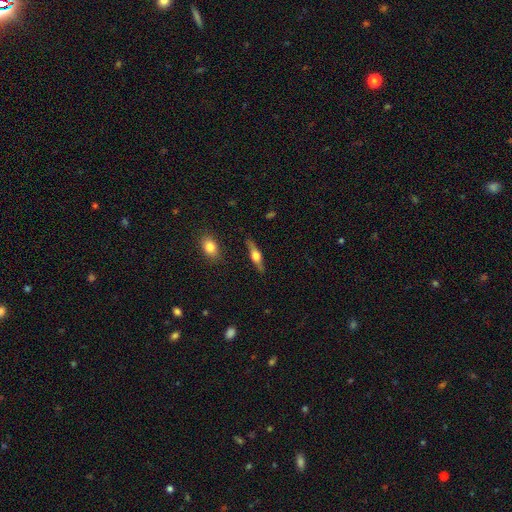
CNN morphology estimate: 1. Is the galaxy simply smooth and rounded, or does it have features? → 60% featured or disk, 34% smooth, 6% star or artifact.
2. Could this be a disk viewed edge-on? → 94% yes, 6% no.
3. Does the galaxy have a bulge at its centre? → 92% rounded, 6% boxy, 2% none.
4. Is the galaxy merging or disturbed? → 86% none, 10% minor disturbance, 2% major disturbance, 2% merger.